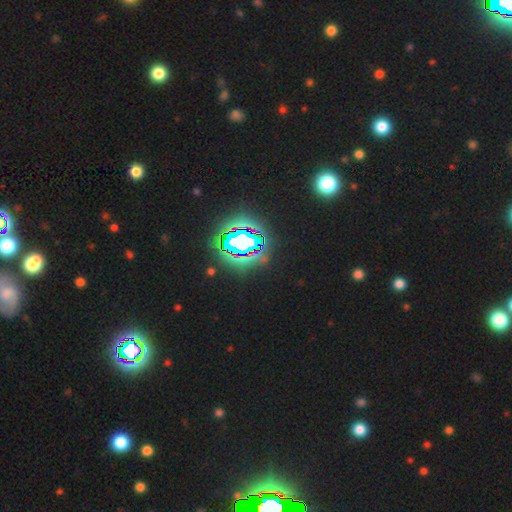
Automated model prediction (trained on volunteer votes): This appears to be a star or artifact, not a galaxy (83%).